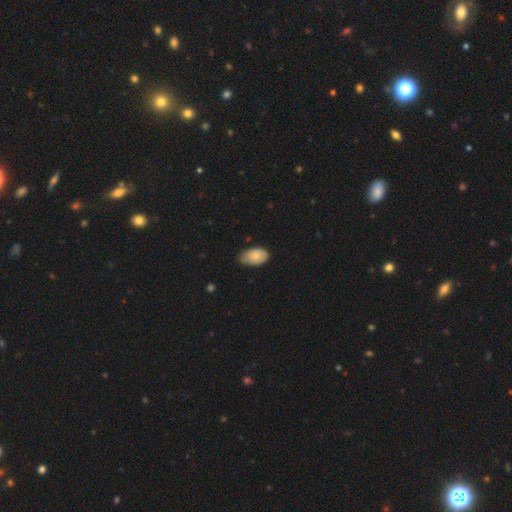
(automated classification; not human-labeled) This appears to be a smooth galaxy with no disk features (75%) that is in between round and cigar-shaped (92%). Merging: none (59%).